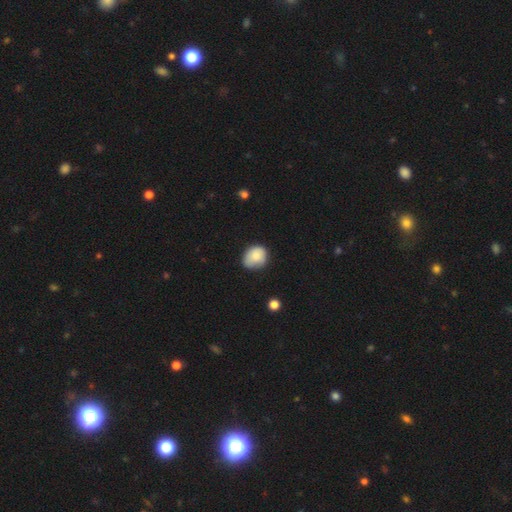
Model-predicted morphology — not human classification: Smooth or featured? smooth (82%)
How rounded? round (56%)
Merging? none (63%)